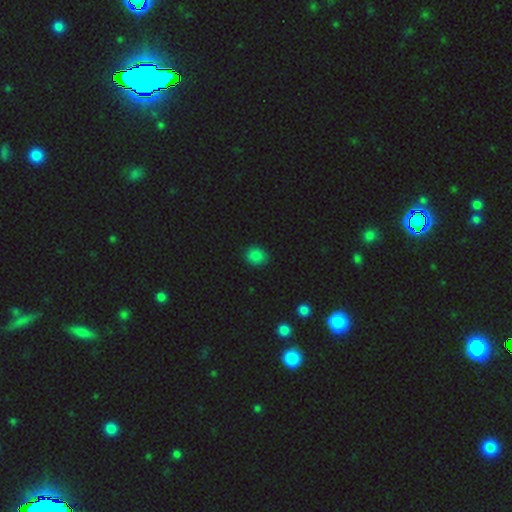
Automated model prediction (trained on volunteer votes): Smooth or featured? Predicted: smooth (p=0.84). How rounded? Predicted: round (p=0.74). Merging? Predicted: none (p=0.89).